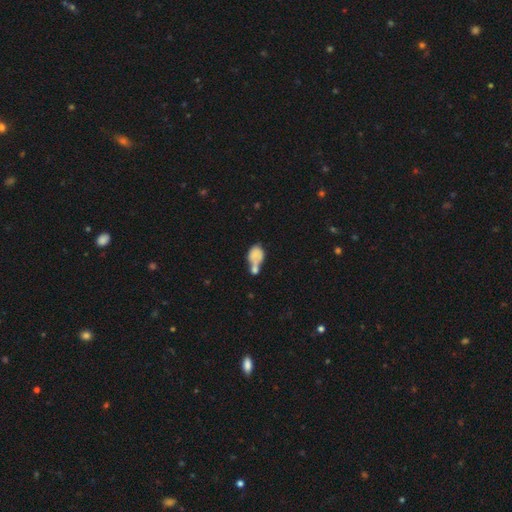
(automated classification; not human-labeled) Smooth or featured?
  - smooth: 65% *
  - featured or disk: 25%
  - star or artifact: 10%
How rounded?
  - in between: 70% *
  - round: 28%
  - cigar-shaped: 2%
Merging?
  - merger: 61% *
  - none: 15%
  - major disturbance: 12%
  - minor disturbance: 12%